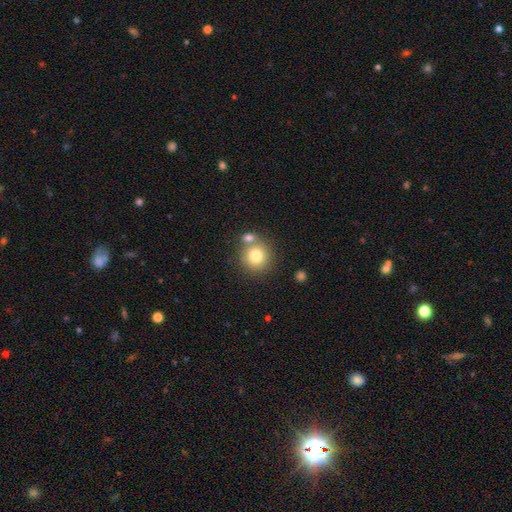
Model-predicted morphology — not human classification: Smooth or featured: smooth — 79% (featured or disk — 11%)
How rounded: round — 89% (in between — 10%)
Merging: none — 62% (merger — 26%)